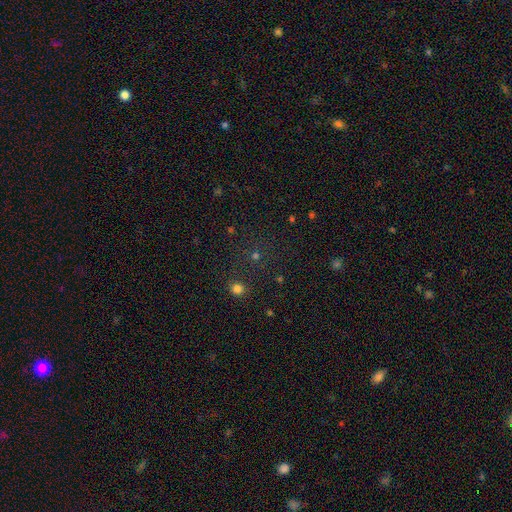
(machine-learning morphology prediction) Smooth or featured? star or artifact (49%)